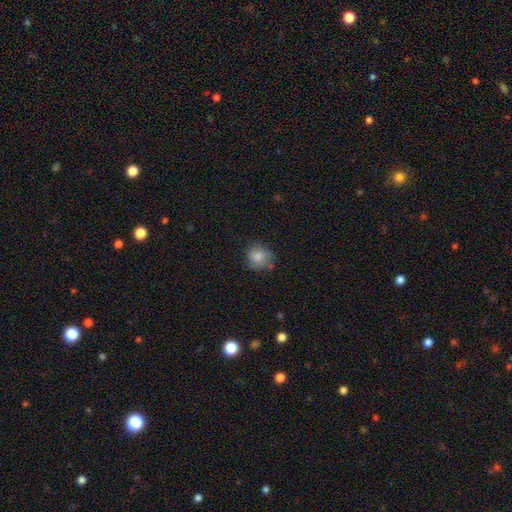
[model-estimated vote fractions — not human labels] Morphology: type=smooth (73%); roundness=round (83%); merging=none (74%).